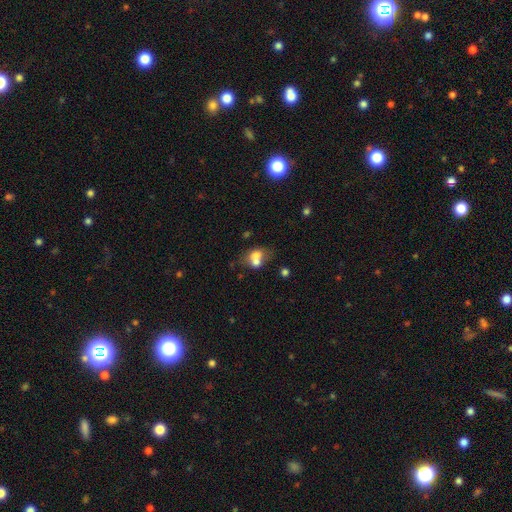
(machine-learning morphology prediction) smooth_or_featured: smooth (p=0.65) [alt: featured or disk p=0.24]
how_rounded: in between (p=0.54) [alt: round p=0.44]
merging: merger (p=0.59) [alt: none p=0.26]